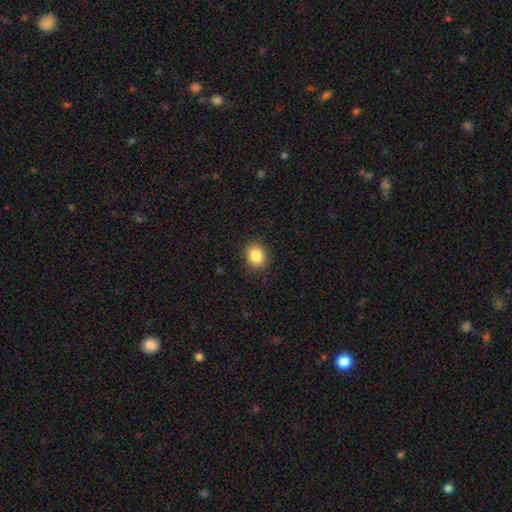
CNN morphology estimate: Q: Smooth or featured?
A: smooth (87%); runner-up: star or artifact (9%)
Q: How rounded?
A: round (64%); runner-up: in between (35%)
Q: Merging?
A: none (90%); runner-up: minor disturbance (7%)